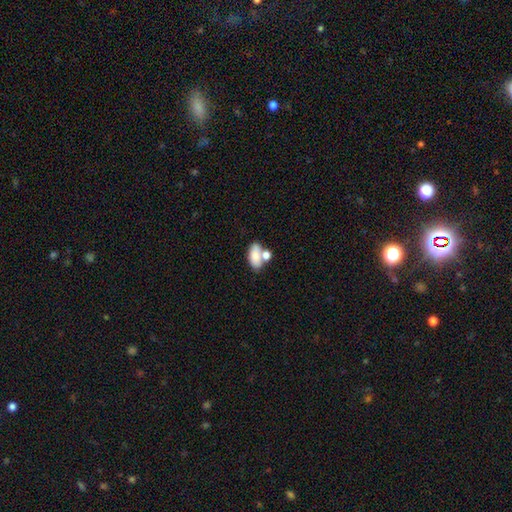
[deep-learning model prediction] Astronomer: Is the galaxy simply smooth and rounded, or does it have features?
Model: smooth — 79%.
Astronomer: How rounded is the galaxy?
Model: in between — 90%.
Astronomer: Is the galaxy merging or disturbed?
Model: none — 42% (runner-up: merger, 39%).